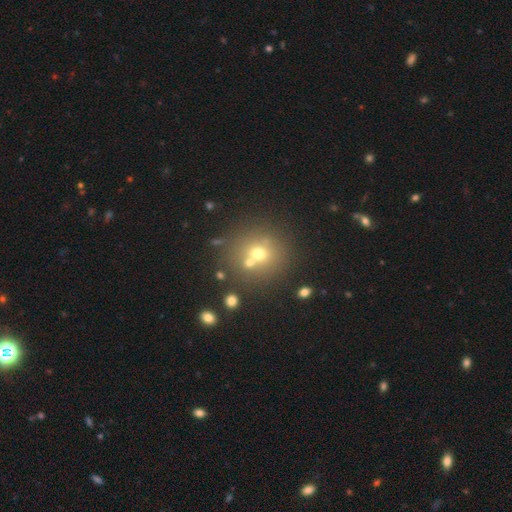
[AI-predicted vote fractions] Overall: smooth (58%; star or artifact 22%). How rounded: round (88%). Merging: none (59%; merger 29%).